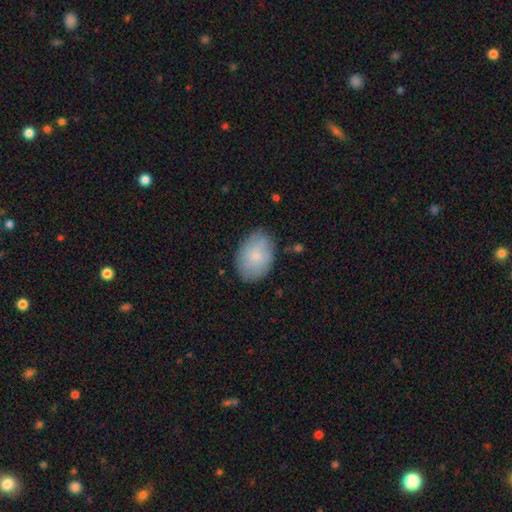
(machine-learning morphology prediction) A smooth galaxy with no disk features (76%) that is in between round and cigar-shaped (83%).

Vote fractions:
- Smooth or featured? smooth: 76% / featured or disk: 18% / star or artifact: 7%
- How rounded? in between: 83% / round: 16% / cigar-shaped: 1%
- Merging? none: 77% / minor disturbance: 18% / major disturbance: 4% / merger: 1%